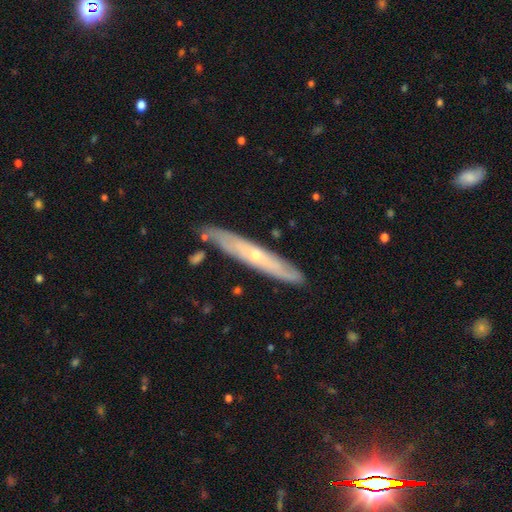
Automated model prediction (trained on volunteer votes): Q: Smooth or featured?
A: featured or disk (64%); runner-up: smooth (30%)
Q: Edge-on disk?
A: yes (72%); runner-up: no (28%)
Q: Merging?
A: none (84%); runner-up: minor disturbance (12%)